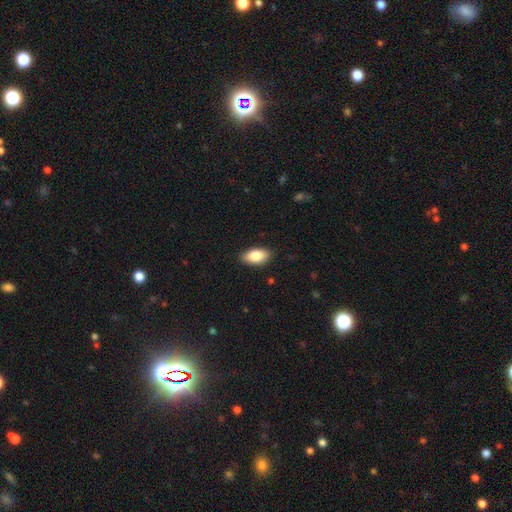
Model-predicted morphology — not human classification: Smooth or featured? Predicted: smooth (p=0.83). How rounded? Predicted: in between (p=0.92). Merging? Predicted: none (p=0.87).